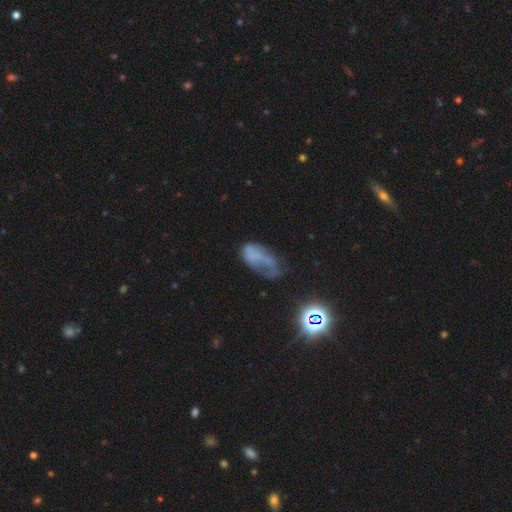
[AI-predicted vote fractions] Smooth or featured?
  - featured or disk: 42% *
  - smooth: 41%
  - star or artifact: 17%
Merging?
  - major disturbance: 37% *
  - none: 28%
  - minor disturbance: 27%
  - merger: 8%